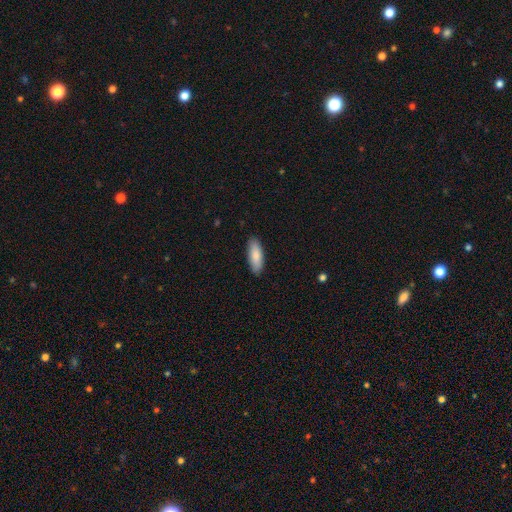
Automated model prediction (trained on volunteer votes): A smooth galaxy with no disk features (86%) that is in between round and cigar-shaped (65%).

Vote fractions:
- Smooth or featured? smooth: 86% / featured or disk: 9% / star or artifact: 5%
- How rounded? in between: 65% / cigar-shaped: 33% / round: 2%
- Merging? none: 89% / minor disturbance: 9% / major disturbance: 2% / merger: 1%